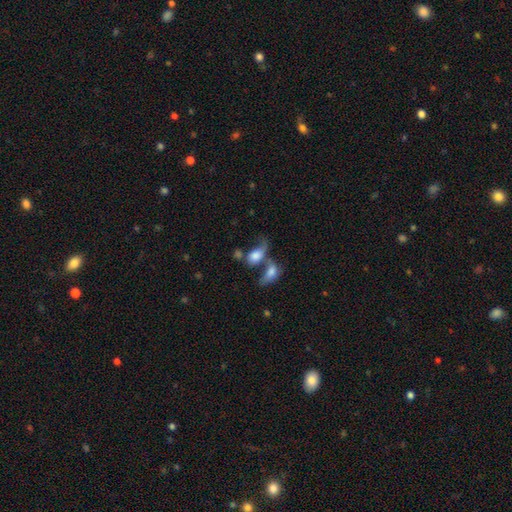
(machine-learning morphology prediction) A smooth galaxy with no disk features (70%) that is in between round and cigar-shaped (81%).

Vote fractions:
- Smooth or featured? smooth: 70% / featured or disk: 21% / star or artifact: 9%
- How rounded? in between: 81% / round: 15% / cigar-shaped: 4%
- Merging? merger: 53% / none: 18% / major disturbance: 17% / minor disturbance: 12%